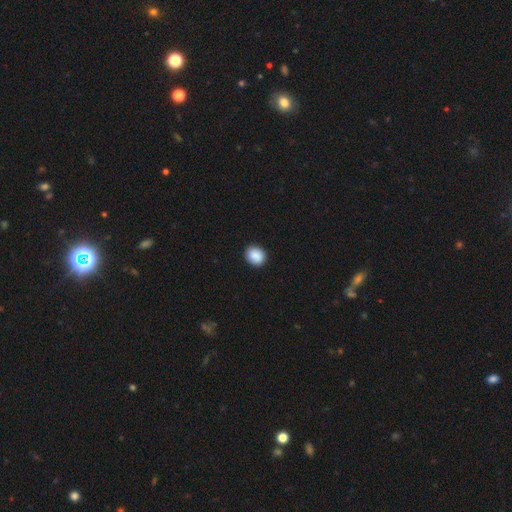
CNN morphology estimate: Smooth or featured?
  - smooth: 89% *
  - star or artifact: 8%
  - featured or disk: 3%
How rounded?
  - round: 64% *
  - in between: 35%
  - cigar-shaped: 1%
Merging?
  - none: 91% *
  - minor disturbance: 7%
  - major disturbance: 2%
  - merger: 1%